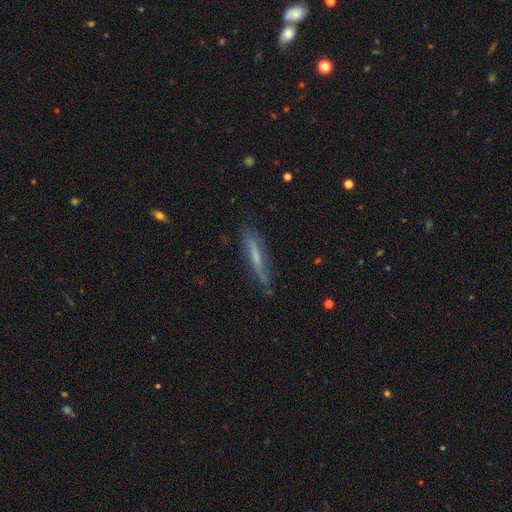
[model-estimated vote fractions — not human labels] Smooth or featured?
  - featured or disk: 47% *
  - smooth: 45%
  - star or artifact: 8%
Merging?
  - none: 72% *
  - minor disturbance: 21%
  - major disturbance: 5%
  - merger: 2%